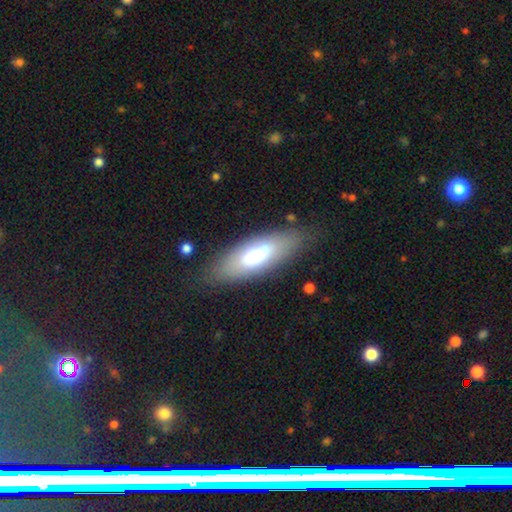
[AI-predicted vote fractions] The model was most divided on "how rounded": in between: 67%, cigar-shaped: 31%, round: 2%. More confident: merging — none (77%); smooth or featured — smooth (68%).